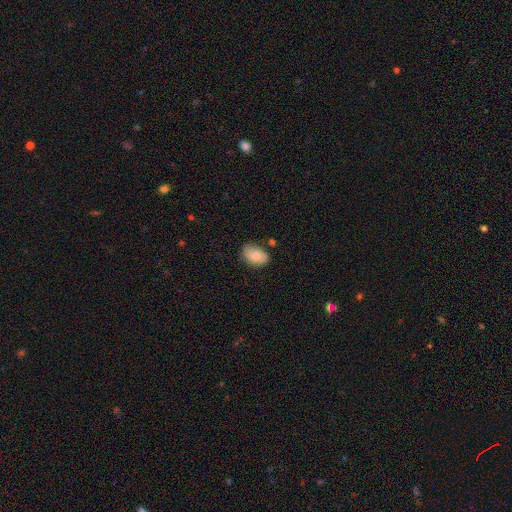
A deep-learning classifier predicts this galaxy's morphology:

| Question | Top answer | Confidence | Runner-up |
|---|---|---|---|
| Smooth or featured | smooth | 81% | featured or disk (12%) |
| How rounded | in between | 86% | round (13%) |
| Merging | none | 67% | minor disturbance (25%) |